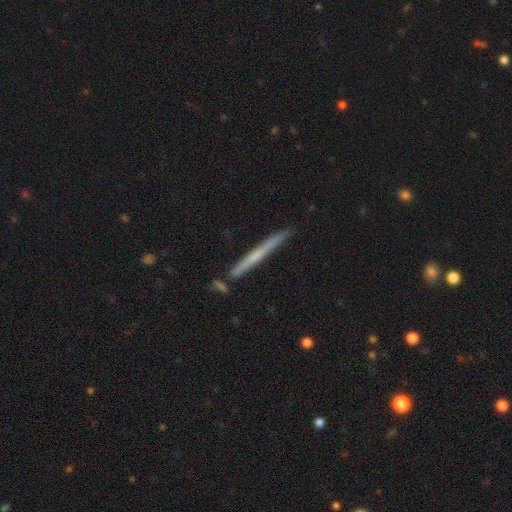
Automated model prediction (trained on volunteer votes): Smooth or featured?
  - featured or disk: 51% *
  - smooth: 42%
  - star or artifact: 6%
Edge-on disk?
  - yes: 97% *
  - no: 3%
Merging?
  - none: 84% *
  - minor disturbance: 10%
  - merger: 4%
  - major disturbance: 2%